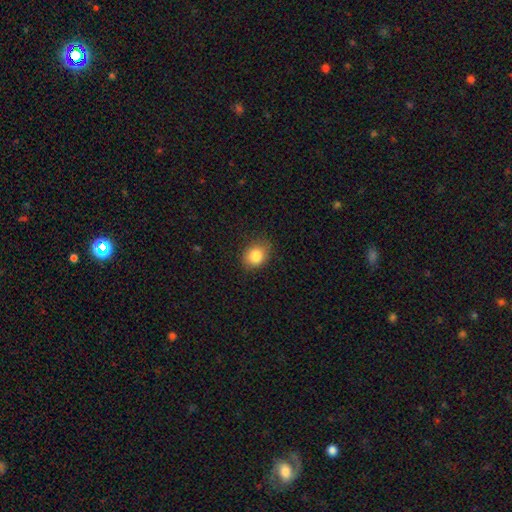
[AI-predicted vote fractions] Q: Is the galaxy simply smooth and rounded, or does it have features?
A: smooth — 85%.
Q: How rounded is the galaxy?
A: in between — 51%.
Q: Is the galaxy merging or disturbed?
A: none — 80%.